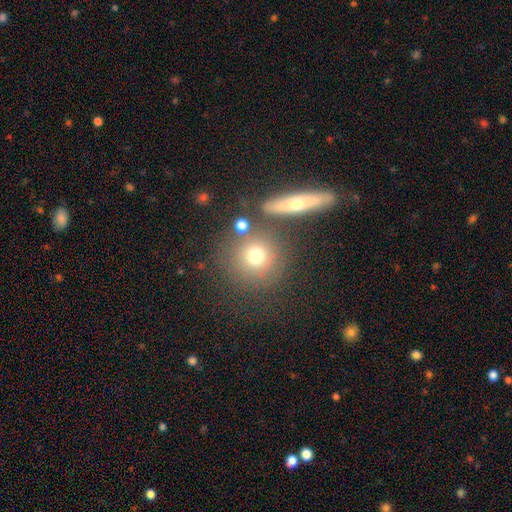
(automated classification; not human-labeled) Smooth or featured?
  - smooth: 70% *
  - featured or disk: 16%
  - star or artifact: 14%
How rounded?
  - round: 89% *
  - in between: 9%
  - cigar-shaped: 2%
Merging?
  - none: 72% *
  - merger: 13%
  - minor disturbance: 10%
  - major disturbance: 5%